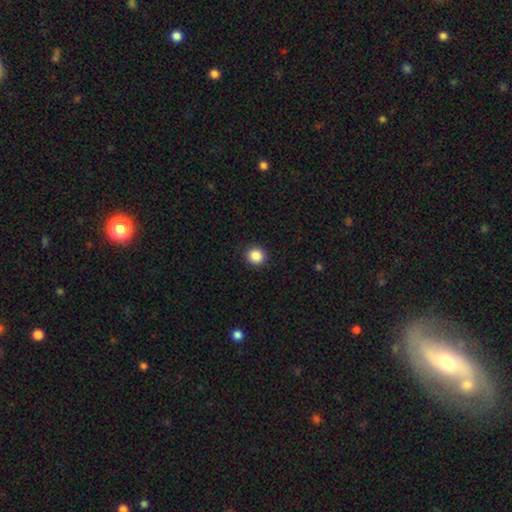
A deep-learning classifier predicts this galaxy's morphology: Overall: smooth (87%). How rounded: round (90%). Merging: none (92%).